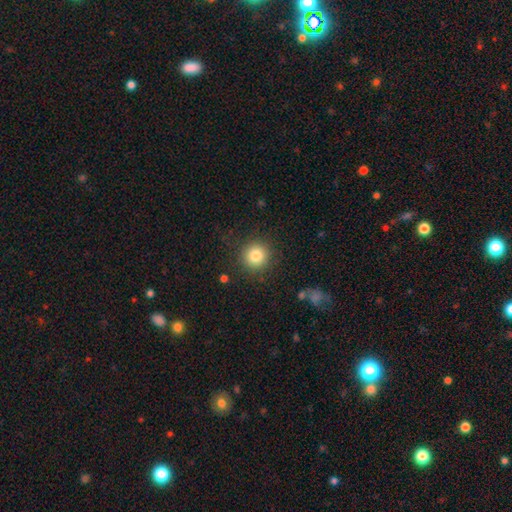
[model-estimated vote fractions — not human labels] Smooth or featured?
  - smooth: 82% *
  - star or artifact: 11%
  - featured or disk: 7%
How rounded?
  - round: 94% *
  - in between: 5%
  - cigar-shaped: 1%
Merging?
  - none: 89% *
  - minor disturbance: 7%
  - major disturbance: 3%
  - merger: 1%